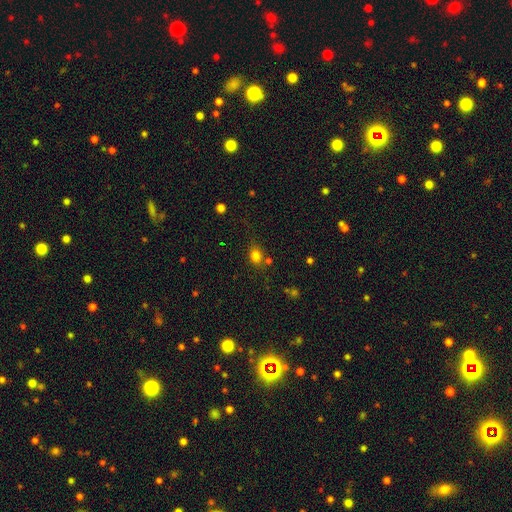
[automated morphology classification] smooth 79%, star or artifact 14%, featured or disk 7%. Down the decision tree: how rounded — in between (52%); merging — none (68%).